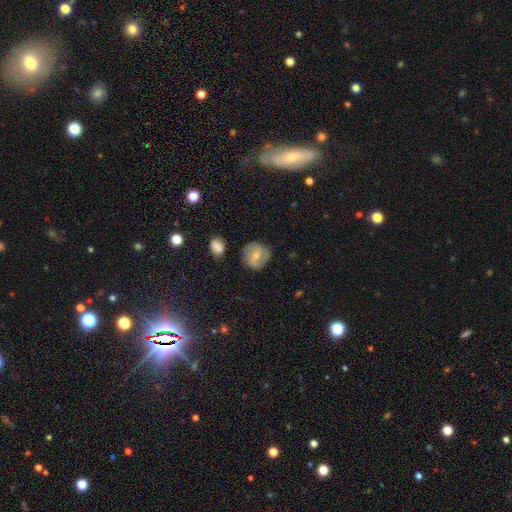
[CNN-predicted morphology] type=featured or disk (55%); edge-on=no (96%); bar=weak (46%); spiral arms=yes (79%); bulge=small (51%); merging=none (79%).